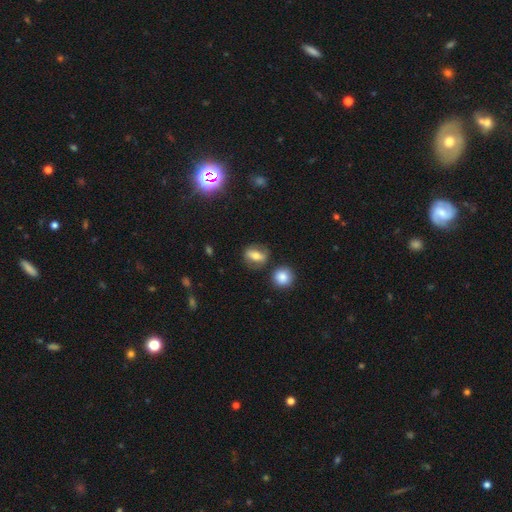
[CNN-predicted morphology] A smooth galaxy with no disk features (54%) that is in between round and cigar-shaped (56%). Merging: none (73%).